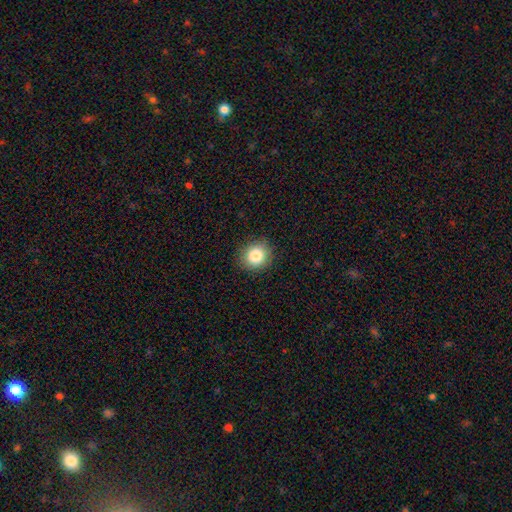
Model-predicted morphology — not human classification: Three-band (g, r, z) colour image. It shows a smooth galaxy with no disk features (84%) that is round (85%). Merging: none (89%).